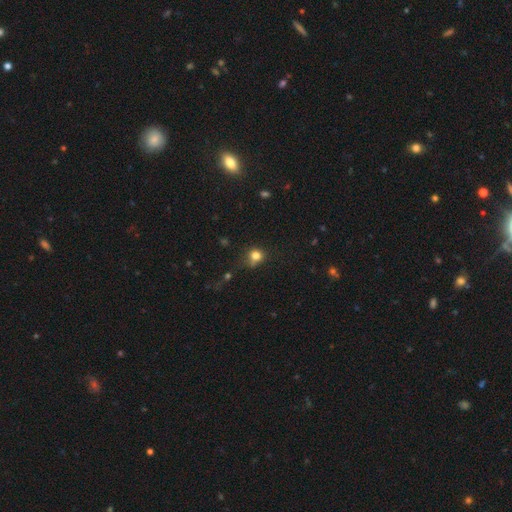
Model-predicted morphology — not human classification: Smooth or featured? smooth (79%)
How rounded? round (80%)
Merging? none (56%)